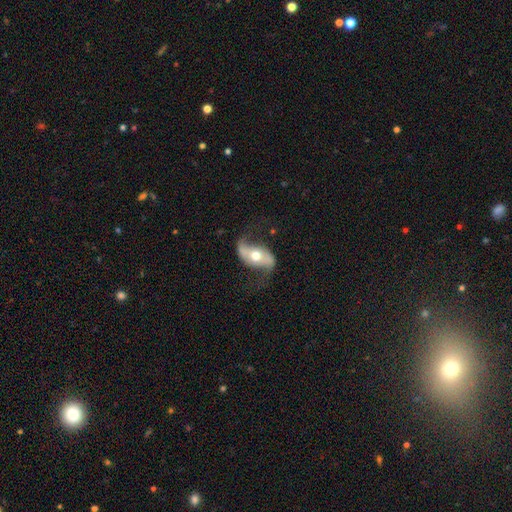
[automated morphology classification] smooth_or_featured: featured or disk (p=0.80) [alt: smooth p=0.15]
disk_edge_on: no (p=0.92) [alt: yes p=0.08]
bar: no (p=0.45) [alt: strong p=0.28]
has_spiral_arms: yes (p=0.91) [alt: no p=0.09]
spiral_winding: loose (p=0.79) [alt: medium p=0.16]
spiral_arm_count: 2 (p=0.93) [alt: can't tell p=0.02]
bulge_size: moderate (p=0.74) [alt: small p=0.15]
merging: none (p=0.69) [alt: minor disturbance p=0.18]